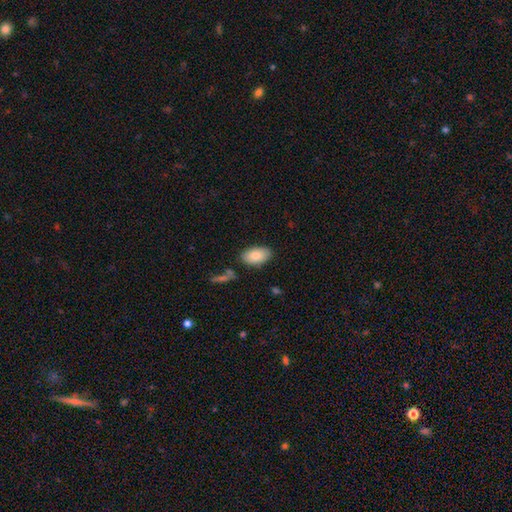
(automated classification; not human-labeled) This appears to be a smooth galaxy with no disk features (84%) that is in between round and cigar-shaped (94%). Merging: none (83%).